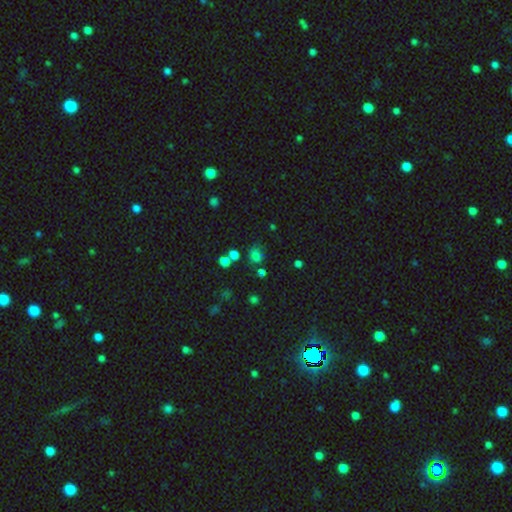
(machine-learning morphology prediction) Smooth or featured? Predicted: smooth (p=0.66). How rounded? Predicted: round (p=0.56). Merging? Predicted: none (p=0.58).